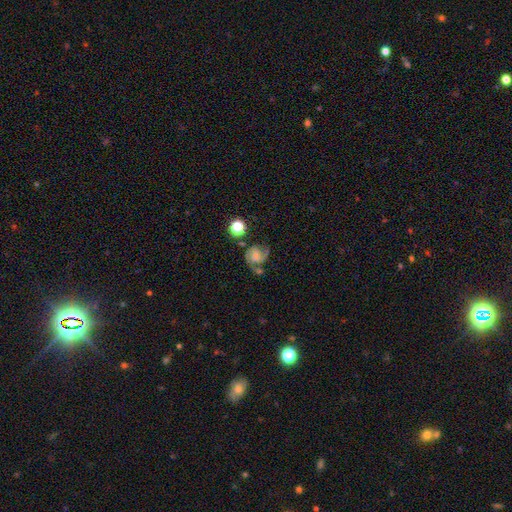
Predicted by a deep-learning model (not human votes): A featured or disk galaxy (72%) with no bar (67%), 2 (81%) medium (47%) spiral arms (94%) and no central bulge (50%). Merging: none (49%).